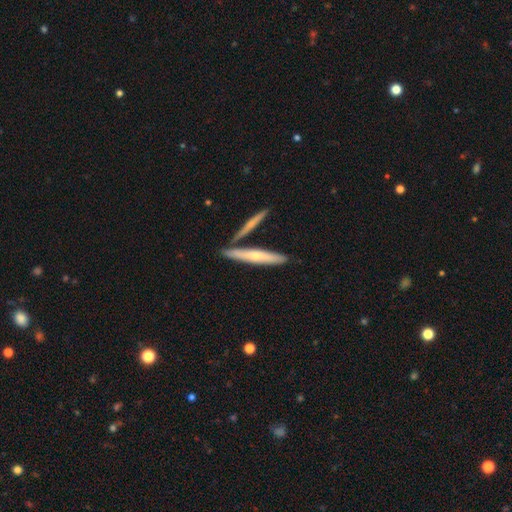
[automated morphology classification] Q: Smooth or featured?
A: featured or disk (49%); runner-up: smooth (46%)
Q: Merging?
A: none (73%); runner-up: merger (15%)